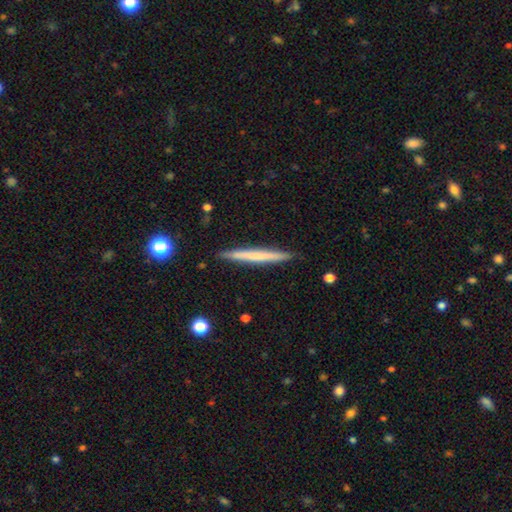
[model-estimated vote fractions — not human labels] This appears to be a smooth galaxy with no disk features (54%) that is cigar-shaped (97%). Merging: none (91%).